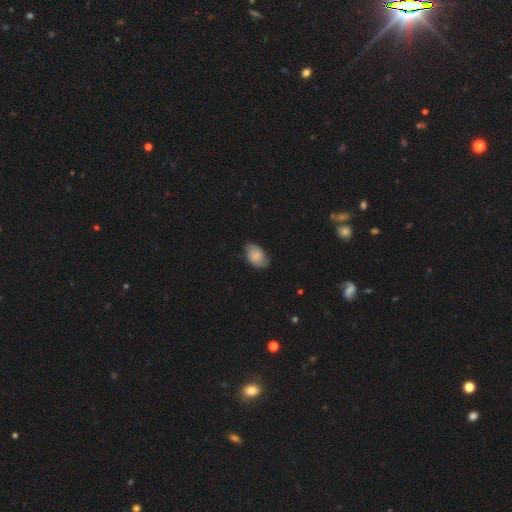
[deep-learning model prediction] smooth_or_featured: smooth (p=0.72) [alt: featured or disk p=0.21]
how_rounded: in between (p=0.90) [alt: round p=0.09]
merging: none (p=0.72) [alt: minor disturbance p=0.23]